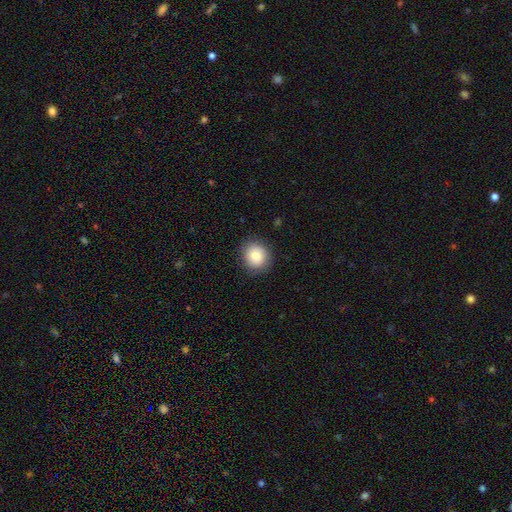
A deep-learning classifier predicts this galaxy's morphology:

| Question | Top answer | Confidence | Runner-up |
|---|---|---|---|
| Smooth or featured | smooth | 84% | star or artifact (8%) |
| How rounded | round | 79% | in between (20%) |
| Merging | none | 86% | minor disturbance (10%) |